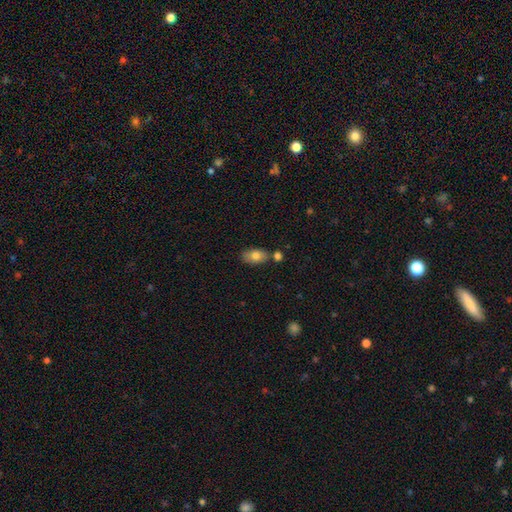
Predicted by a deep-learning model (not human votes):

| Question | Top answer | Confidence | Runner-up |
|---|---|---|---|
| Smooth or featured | smooth | 78% | featured or disk (15%) |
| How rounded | in between | 90% | round (7%) |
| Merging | none | 69% | minor disturbance (14%) |